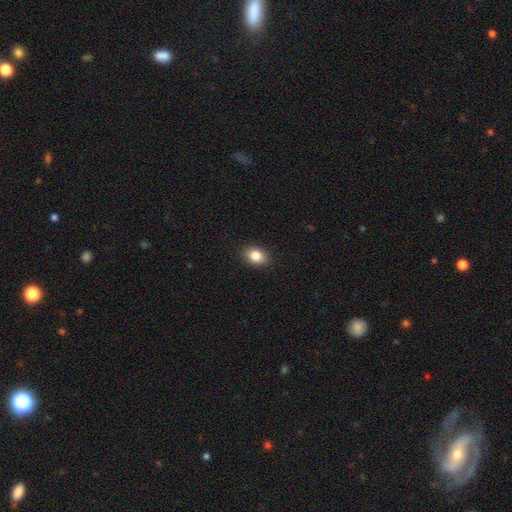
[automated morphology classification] A smooth galaxy with no disk features (85%) that is in between round and cigar-shaped (65%).

Vote fractions:
- Smooth or featured? smooth: 85% / star or artifact: 9% / featured or disk: 6%
- How rounded? in between: 65% / round: 33% / cigar-shaped: 1%
- Merging? none: 89% / minor disturbance: 8% / major disturbance: 2% / merger: 1%